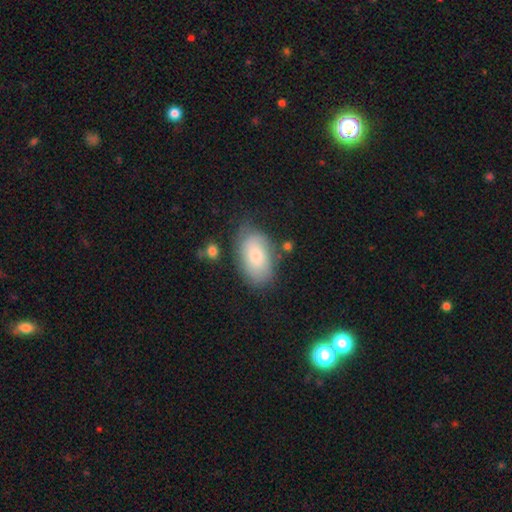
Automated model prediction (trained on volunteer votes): This appears to be a smooth galaxy with no disk features (68%) that is in between round and cigar-shaped (93%). Merging: none (67%).